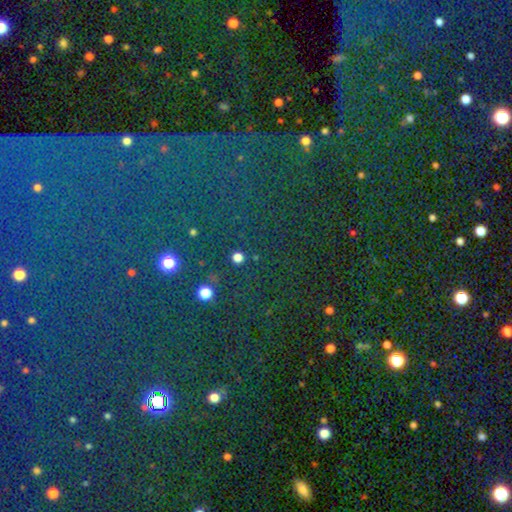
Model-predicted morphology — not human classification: type=star or artifact (85%).